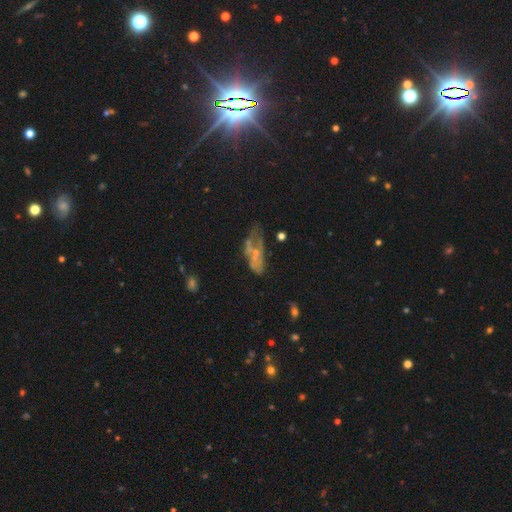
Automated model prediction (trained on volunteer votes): A featured or disk galaxy (48%). Merging: major disturbance (32%).